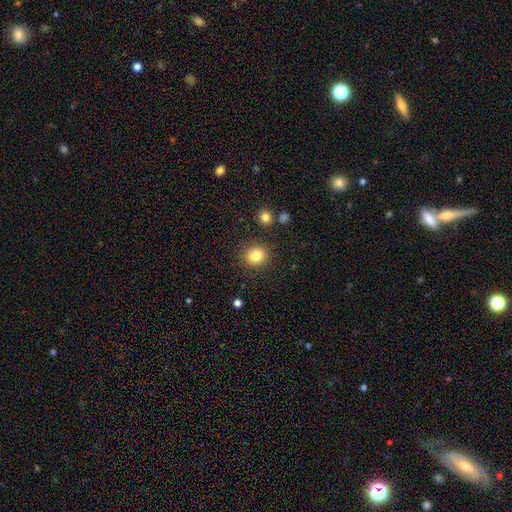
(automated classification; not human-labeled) This is clearly a smooth galaxy (83%). How rounded: clearly round (84%). Merging: clearly none (87%).